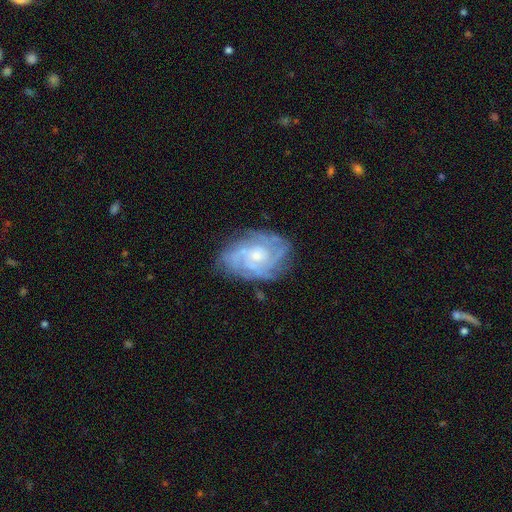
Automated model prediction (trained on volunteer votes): smooth_or_featured: featured or disk (p=0.85) [alt: smooth p=0.08]
disk_edge_on: no (p=0.97) [alt: yes p=0.03]
bar: no (p=0.70) [alt: weak p=0.26]
has_spiral_arms: yes (p=0.97) [alt: no p=0.03]
spiral_winding: tight (p=0.65) [alt: medium p=0.30]
spiral_arm_count: can't tell (p=0.26) [tied with: 4 p=0.26]
bulge_size: small (p=0.59) [alt: moderate p=0.34]
merging: none (p=0.76) [alt: minor disturbance p=0.17]